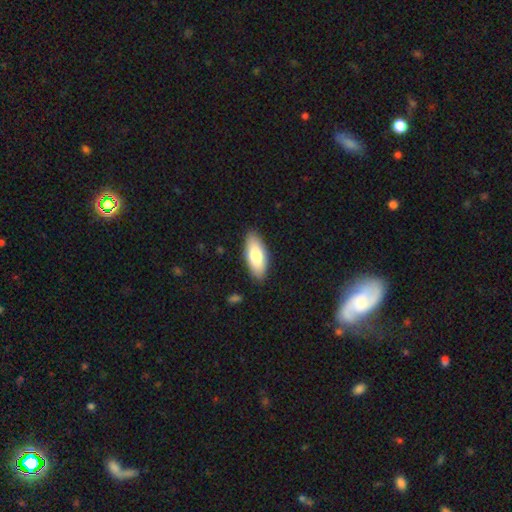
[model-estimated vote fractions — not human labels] Smooth or featured?
  - smooth: 78% *
  - featured or disk: 16%
  - star or artifact: 6%
How rounded?
  - in between: 81% *
  - cigar-shaped: 17%
  - round: 2%
Merging?
  - none: 87% *
  - minor disturbance: 10%
  - major disturbance: 2%
  - merger: 1%